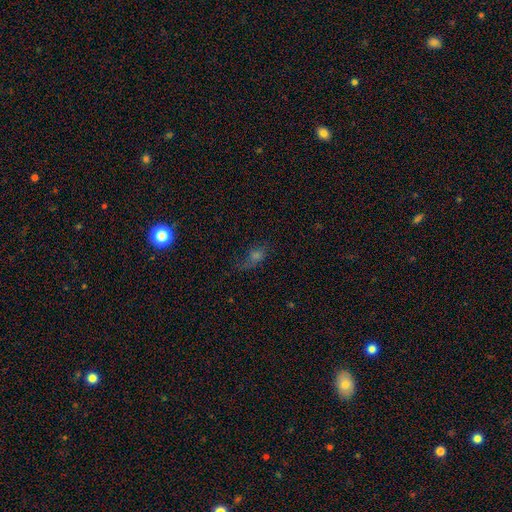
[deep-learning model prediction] The model was most divided on "merging": none: 47%, minor disturbance: 26%, major disturbance: 24%, merger: 3%. More confident: how rounded — in between (63%); smooth or featured — smooth (50%).